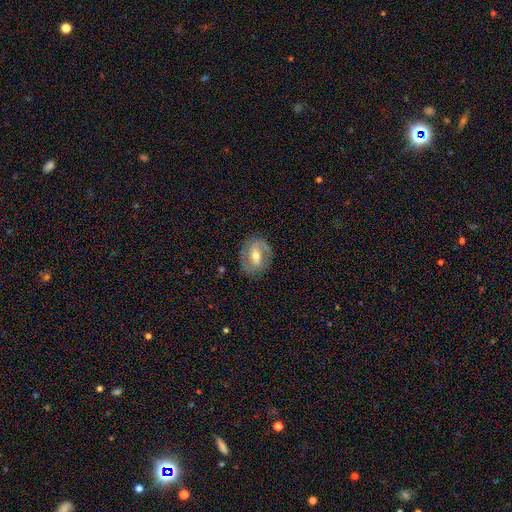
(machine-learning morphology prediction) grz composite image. It shows a featured or disk galaxy (71%) with a weak bar (43%), 2 (81%) medium (44%) spiral arms (80%) and a moderate central bulge (69%). Merging: none (82%).